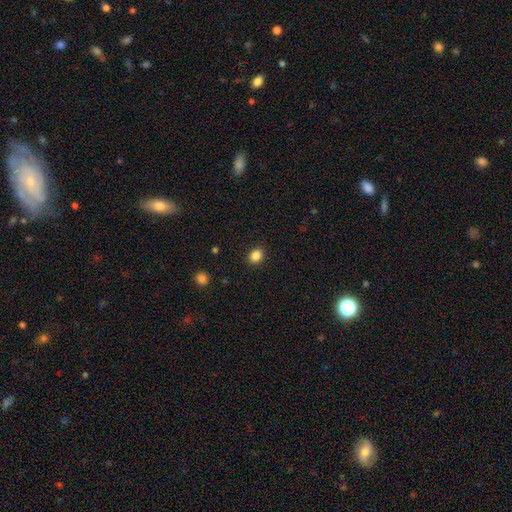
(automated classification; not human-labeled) Smooth or featured? smooth (86%)
How rounded? in between (53%)
Merging? none (90%)